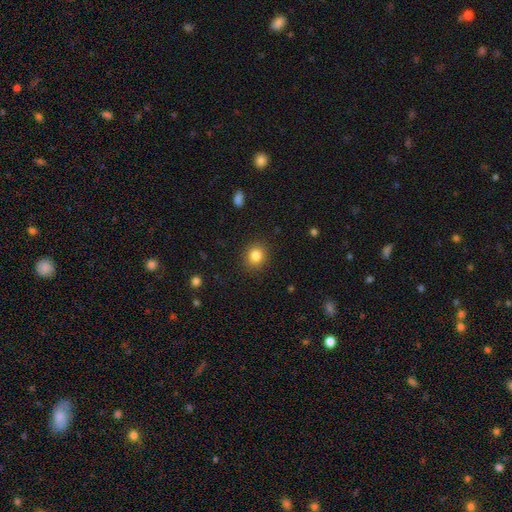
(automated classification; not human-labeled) A smooth galaxy with no disk features (84%) that is round (80%). Merging: none (89%).